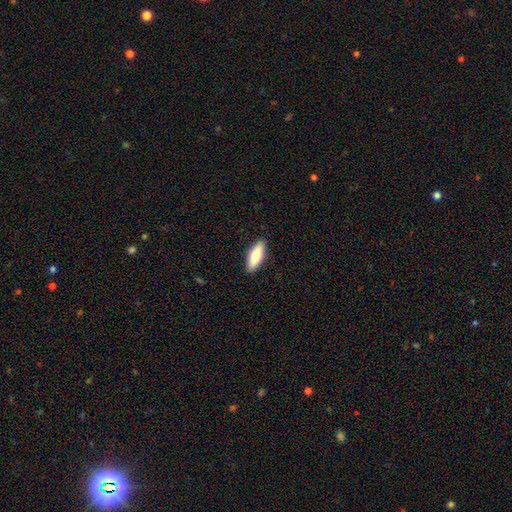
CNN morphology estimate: This appears to be a smooth galaxy with no disk features (76%) that is in between round and cigar-shaped (55%). Merging: none (90%).